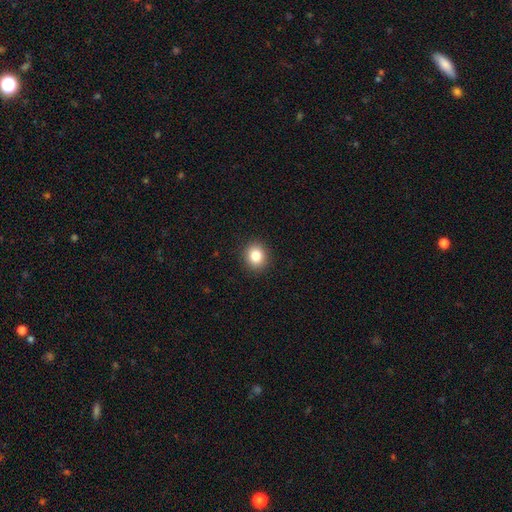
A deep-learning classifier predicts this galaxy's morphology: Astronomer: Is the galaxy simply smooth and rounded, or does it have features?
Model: smooth — 84%.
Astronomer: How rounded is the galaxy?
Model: round — 77%.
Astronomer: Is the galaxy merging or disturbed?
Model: none — 91%.